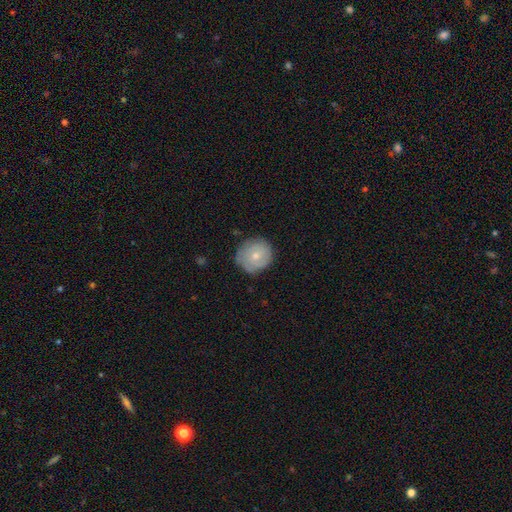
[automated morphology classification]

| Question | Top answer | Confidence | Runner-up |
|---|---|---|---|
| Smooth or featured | featured or disk | 54% | smooth (40%) |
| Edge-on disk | no | 97% | yes (3%) |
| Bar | no | 75% | weak (22%) |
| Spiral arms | yes | 80% | no (20%) |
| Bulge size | moderate | 50% | small (46%) |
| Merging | none | 76% | minor disturbance (18%) |